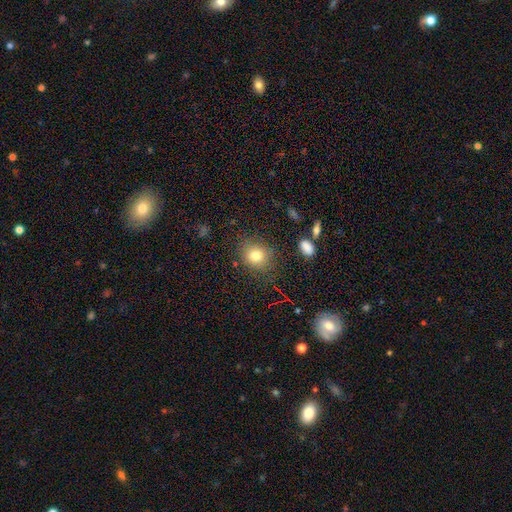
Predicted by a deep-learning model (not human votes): A smooth galaxy with no disk features (79%) that is round (76%). Merging: none (82%).